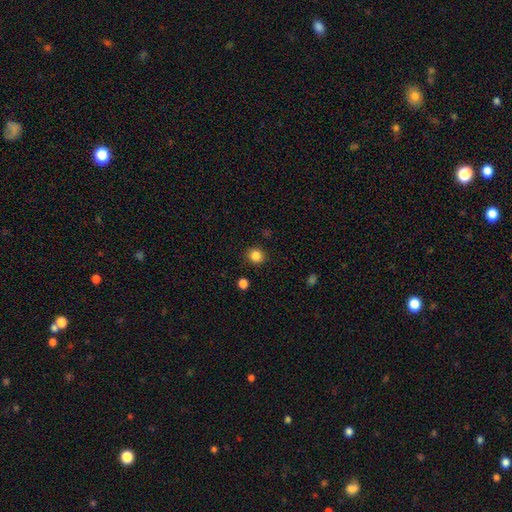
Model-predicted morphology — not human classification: smooth-or-featured: smooth: 85% | star or artifact: 11% | featured or disk: 4%
  how-rounded: round: 88% | in between: 11% | cigar-shaped: 1%
  merging: none: 89% | minor disturbance: 7% | major disturbance: 2% | merger: 2%